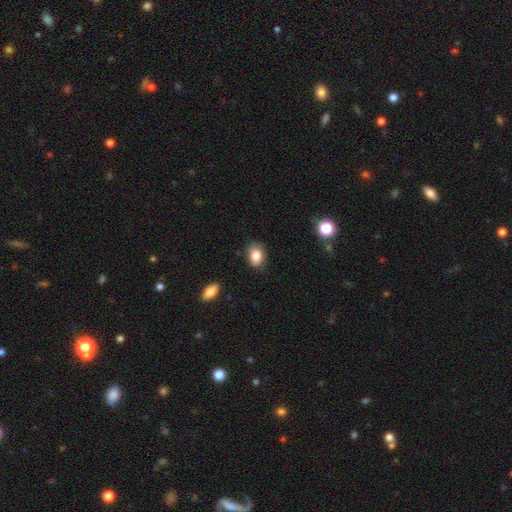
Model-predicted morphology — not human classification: Q: Smooth or featured?
A: smooth (84%); runner-up: star or artifact (9%)
Q: How rounded?
A: in between (71%); runner-up: round (28%)
Q: Merging?
A: none (79%); runner-up: minor disturbance (16%)